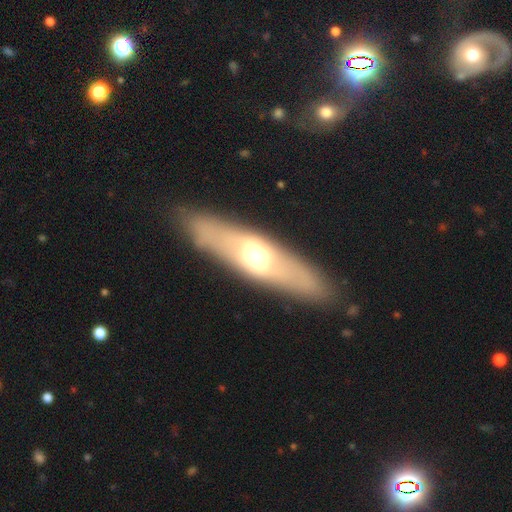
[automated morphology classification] Overall: featured or disk (57%; smooth 37%). Edge-on disk: yes (52%; no 48%). Merging: none (87%).